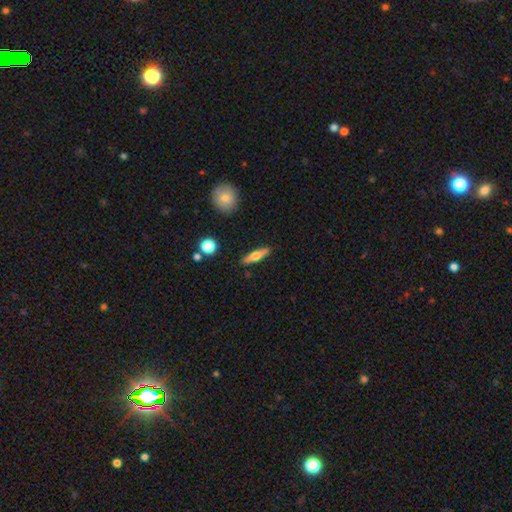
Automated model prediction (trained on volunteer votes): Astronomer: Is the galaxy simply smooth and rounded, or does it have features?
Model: featured or disk — 48% (runner-up: smooth, 45%).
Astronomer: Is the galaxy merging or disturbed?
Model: none — 88%.